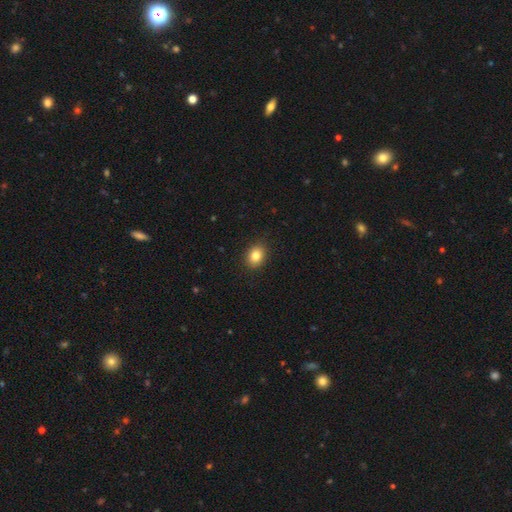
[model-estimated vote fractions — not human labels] Morphology: type=smooth (83%); roundness=in between (58%); merging=none (89%).